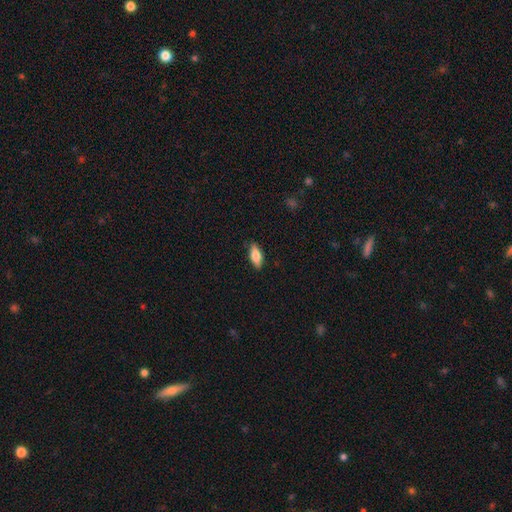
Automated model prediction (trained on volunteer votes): smooth_or_featured: smooth (p=0.76) [alt: featured or disk p=0.18]
how_rounded: in between (p=0.77) [alt: cigar-shaped p=0.20]
merging: none (p=0.85) [alt: minor disturbance p=0.12]